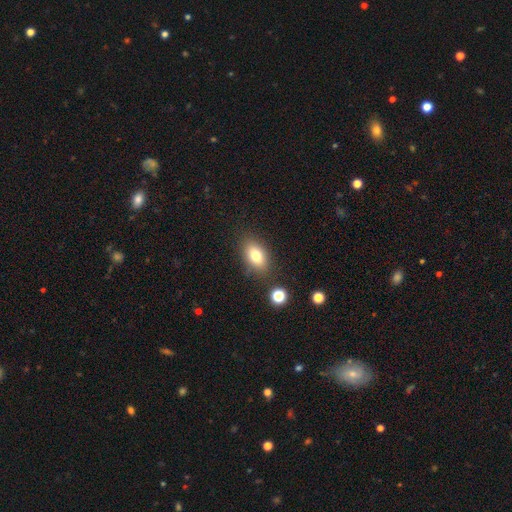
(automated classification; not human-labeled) Morphology: type=smooth (79%); roundness=in between (86%); merging=none (81%).